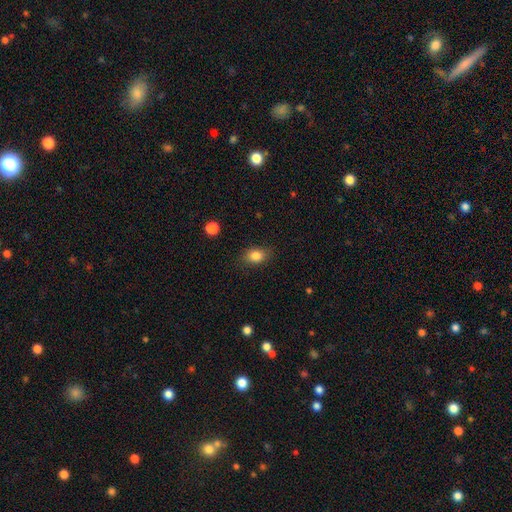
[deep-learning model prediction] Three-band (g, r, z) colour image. It shows a smooth galaxy with no disk features (83%) that is in between round and cigar-shaped (69%). Merging: none (82%).